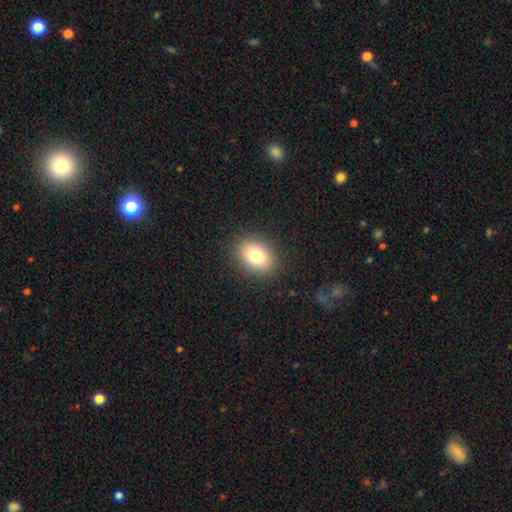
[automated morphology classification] smooth 78%, featured or disk 11%, star or artifact 11%. Down the decision tree: how rounded — in between (65%); merging — none (88%).